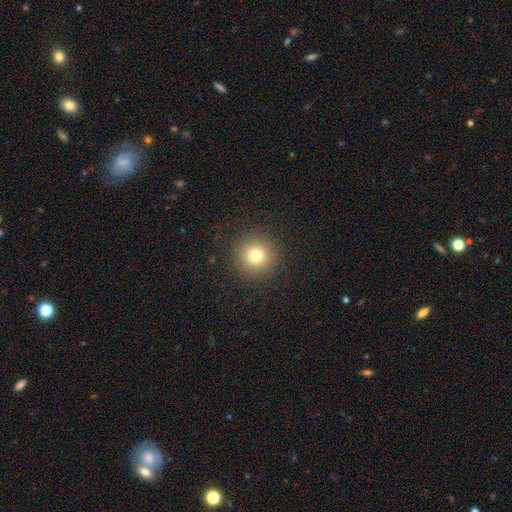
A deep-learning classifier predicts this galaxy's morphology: Smooth or featured?
  - smooth: 77% *
  - star or artifact: 14%
  - featured or disk: 9%
How rounded?
  - round: 96% *
  - in between: 3%
  - cigar-shaped: 1%
Merging?
  - none: 91% *
  - minor disturbance: 5%
  - major disturbance: 2%
  - merger: 1%